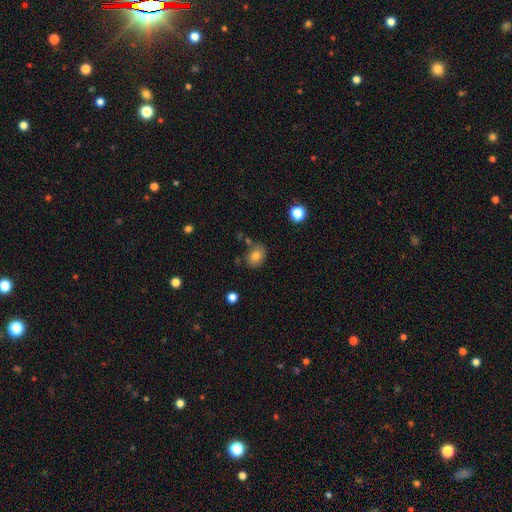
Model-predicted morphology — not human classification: smooth-or-featured: smooth: 79% | star or artifact: 11% | featured or disk: 10%
  how-rounded: in between: 59% | round: 40% | cigar-shaped: 1%
  merging: none: 75% | minor disturbance: 15% | merger: 7% | major disturbance: 4%